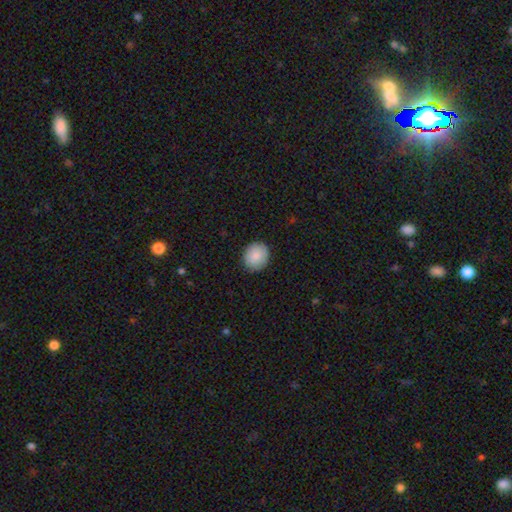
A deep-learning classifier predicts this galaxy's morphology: A smooth galaxy with no disk features (88%) that is round (72%).

Vote fractions:
- Smooth or featured? smooth: 88% / star or artifact: 7% / featured or disk: 5%
- How rounded? round: 72% / in between: 27% / cigar-shaped: 1%
- Merging? none: 88% / minor disturbance: 9% / major disturbance: 2% / merger: 1%